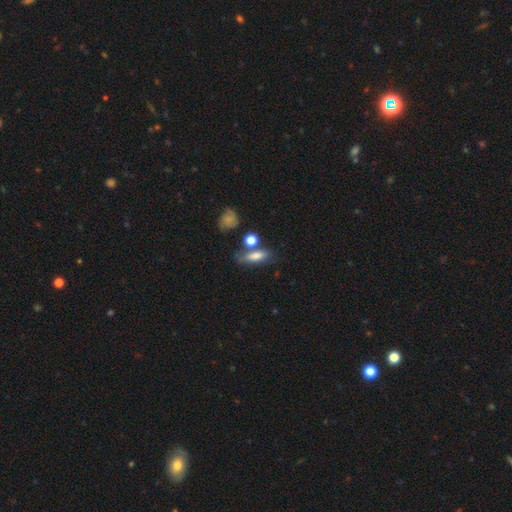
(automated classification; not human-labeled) Q: Smooth or featured?
A: smooth (72%); runner-up: featured or disk (19%)
Q: How rounded?
A: in between (55%); runner-up: cigar-shaped (37%)
Q: Merging?
A: none (56%); runner-up: minor disturbance (18%)